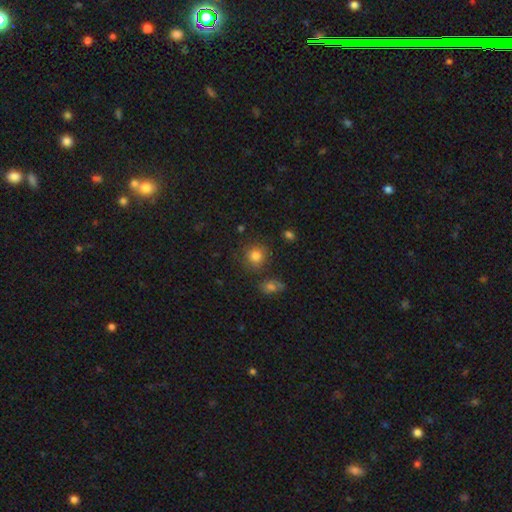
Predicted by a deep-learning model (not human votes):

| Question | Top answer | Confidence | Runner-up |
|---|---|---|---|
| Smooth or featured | smooth | 80% | star or artifact (12%) |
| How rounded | round | 88% | in between (11%) |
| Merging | none | 78% | minor disturbance (12%) |